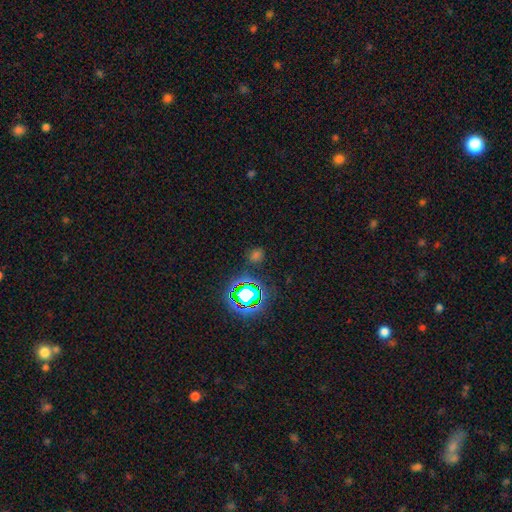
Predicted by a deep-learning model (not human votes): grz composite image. It shows a star or artifact, not a galaxy (54%).